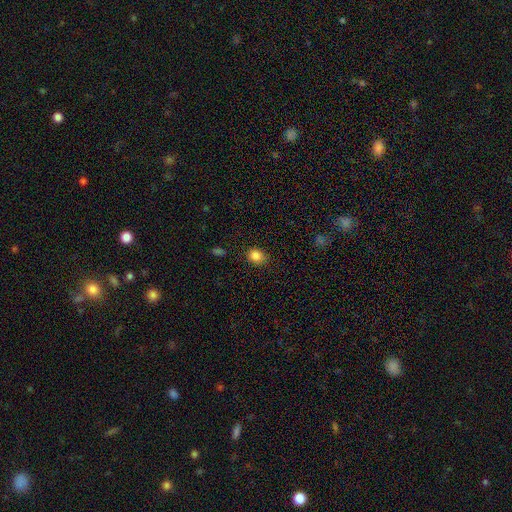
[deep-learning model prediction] This is clearly a smooth galaxy (85%). How rounded: possibly round (57%). Merging: likely none (80%).